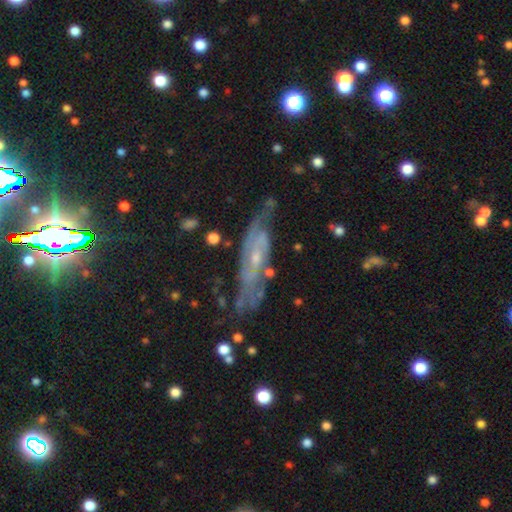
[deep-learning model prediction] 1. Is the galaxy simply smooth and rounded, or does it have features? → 76% featured or disk, 13% smooth, 11% star or artifact.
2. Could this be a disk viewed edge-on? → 76% no, 24% yes.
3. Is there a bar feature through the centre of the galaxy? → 52% no, 37% weak, 11% strong.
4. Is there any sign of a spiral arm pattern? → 88% yes, 12% no.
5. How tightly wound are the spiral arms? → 44% tight, 40% medium, 16% loose.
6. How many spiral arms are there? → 49% 2, 35% can't tell, 6% 3, 4% 1, 3% 4, 3% more than 4.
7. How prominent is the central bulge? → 67% small, 26% moderate, 4% none, 2% large, 1% dominant.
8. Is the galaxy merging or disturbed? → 66% none, 21% minor disturbance, 10% major disturbance, 3% merger.